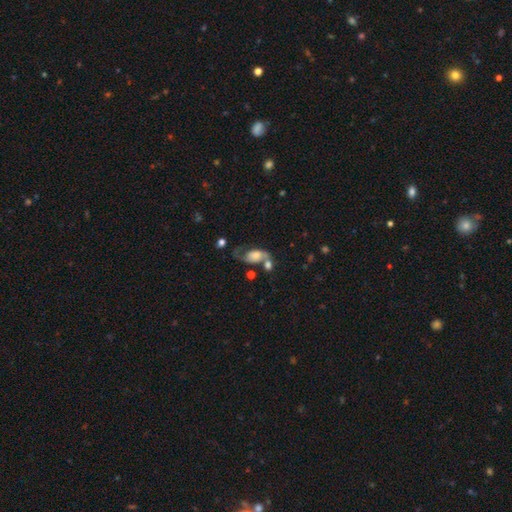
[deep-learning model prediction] A featured or disk galaxy (55%) with no bar (70%), spiral arms (82%) and a moderate central bulge (34%). Merging: none (29%).